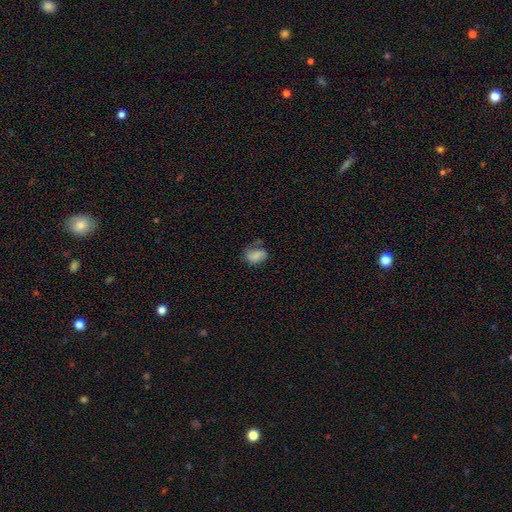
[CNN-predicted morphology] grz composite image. It shows a smooth galaxy with no disk features (70%) that is in between round and cigar-shaped (77%). Merging: none (39%).